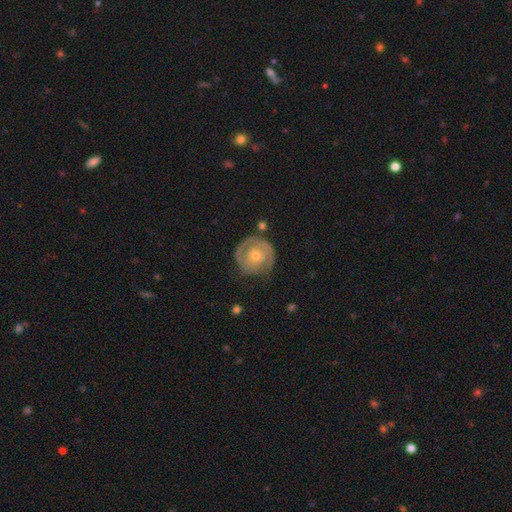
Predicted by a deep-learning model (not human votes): Overall: featured or disk (75%). Edge-on disk: no (97%). Bar: no (79%). Spiral arms: yes (80%). Spiral arm count: 2 (43%; 1 27%). Spiral winding: tight (73%). Bulge size: small (48%; moderate 47%). Merging: none (70%).